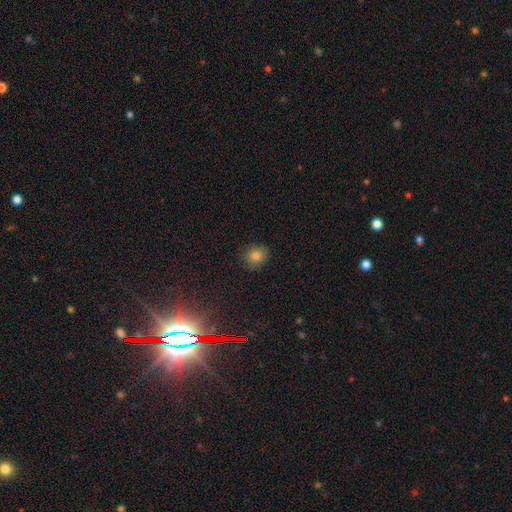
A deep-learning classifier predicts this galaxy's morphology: Overall: smooth (79%). How rounded: round (75%). Merging: none (86%).